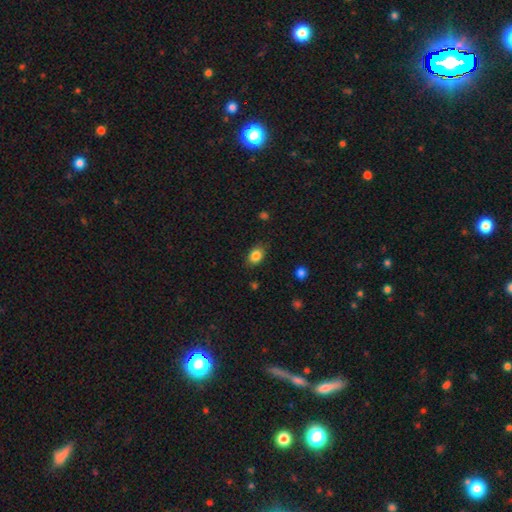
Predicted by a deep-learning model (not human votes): Smooth or featured: smooth — 85% (star or artifact — 9%)
How rounded: in between — 74% (round — 25%)
Merging: none — 82% (minor disturbance — 14%)